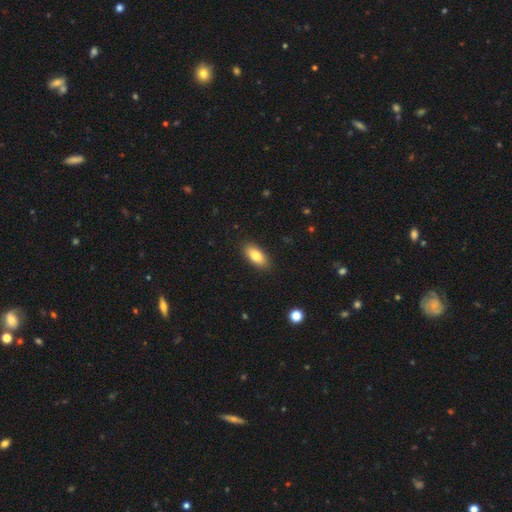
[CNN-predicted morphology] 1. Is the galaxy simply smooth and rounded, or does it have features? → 81% smooth, 12% featured or disk, 7% star or artifact.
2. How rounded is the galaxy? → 88% in between, 9% cigar-shaped, 3% round.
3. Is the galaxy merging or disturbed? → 88% none, 9% minor disturbance, 2% major disturbance, 1% merger.